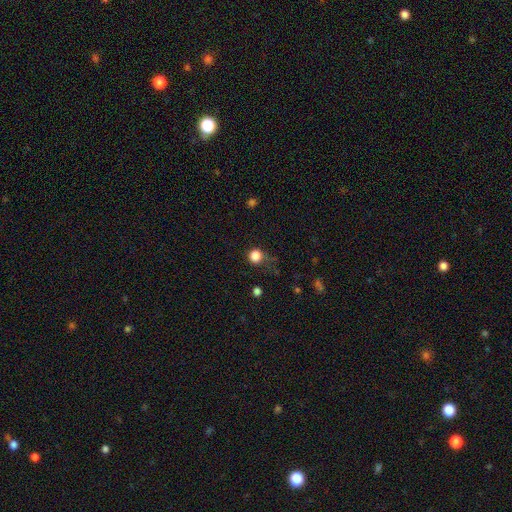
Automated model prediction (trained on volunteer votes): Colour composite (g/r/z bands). It shows a smooth galaxy with no disk features (84%) that is round (90%). Merging: none (67%).